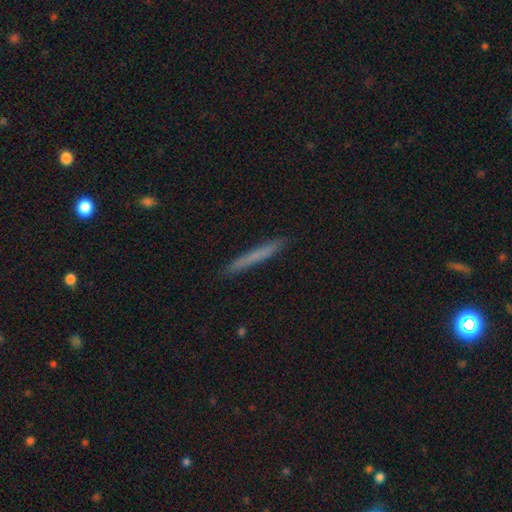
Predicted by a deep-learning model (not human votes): smooth 66%, featured or disk 27%, star or artifact 7%. Down the decision tree: how rounded — cigar-shaped (97%); merging — none (90%).